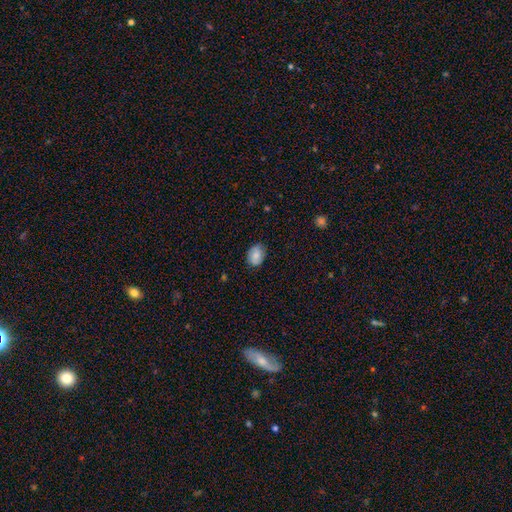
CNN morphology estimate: The model was most divided on "how rounded": in between: 67%, round: 32%, cigar-shaped: 1%. More confident: merging — none (80%); smooth or featured — smooth (78%).